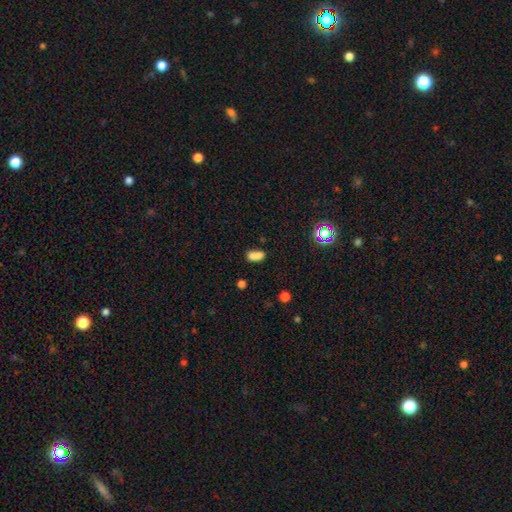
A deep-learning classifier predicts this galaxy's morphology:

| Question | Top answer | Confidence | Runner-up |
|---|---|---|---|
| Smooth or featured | smooth | 72% | star or artifact (14%) |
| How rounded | in between | 77% | round (19%) |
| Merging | merger | 52% | none (30%) |